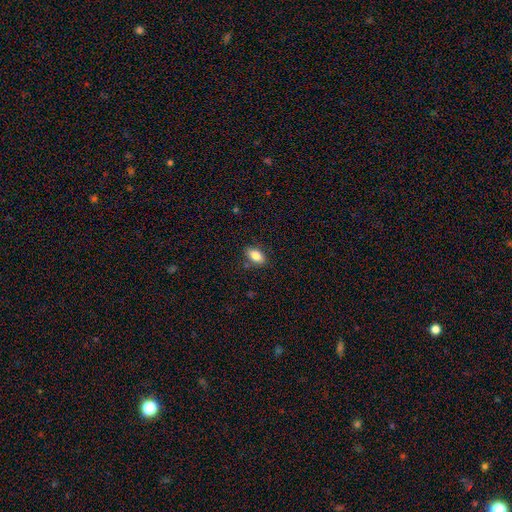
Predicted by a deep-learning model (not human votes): smooth 84%, featured or disk 8%, star or artifact 8%. Down the decision tree: how rounded — in between (89%); merging — none (83%).